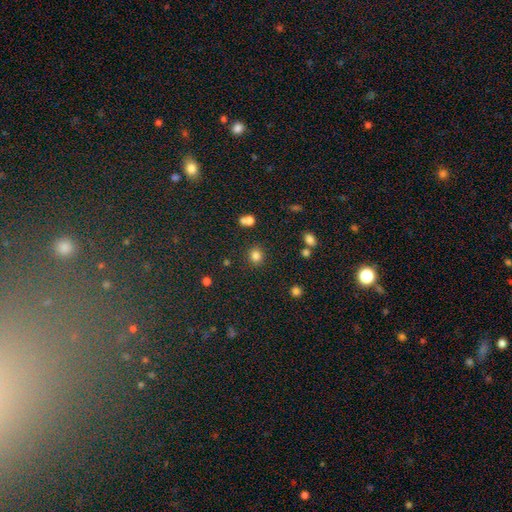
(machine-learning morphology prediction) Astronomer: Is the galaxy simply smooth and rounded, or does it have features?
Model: smooth — 81%.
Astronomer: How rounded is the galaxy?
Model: round — 82%.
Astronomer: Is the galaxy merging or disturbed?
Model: none — 84%.